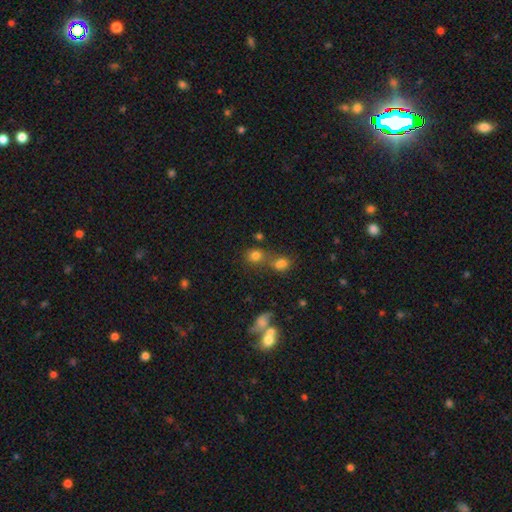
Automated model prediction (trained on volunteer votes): Smooth or featured? Predicted: smooth (p=0.75). How rounded? Predicted: round (p=0.72). Merging? Predicted: none (p=0.48).